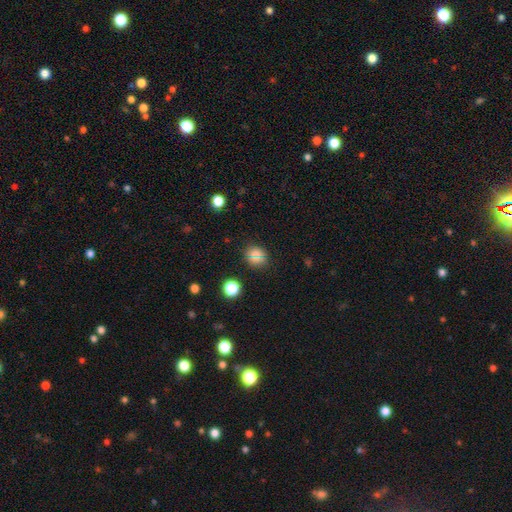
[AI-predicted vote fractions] Smooth or featured: smooth — 66% (star or artifact — 26%)
How rounded: round — 80% (in between — 18%)
Merging: none — 86% (minor disturbance — 8%)